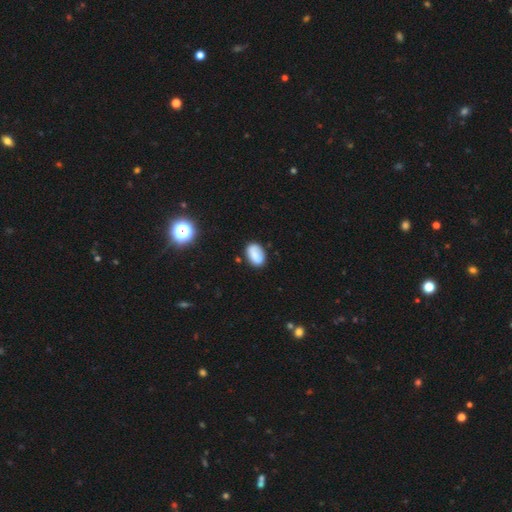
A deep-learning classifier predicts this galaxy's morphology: Smooth or featured?
  - smooth: 81% *
  - featured or disk: 10%
  - star or artifact: 9%
How rounded?
  - in between: 86% *
  - round: 13%
  - cigar-shaped: 1%
Merging?
  - none: 79% *
  - minor disturbance: 15%
  - major disturbance: 3%
  - merger: 2%